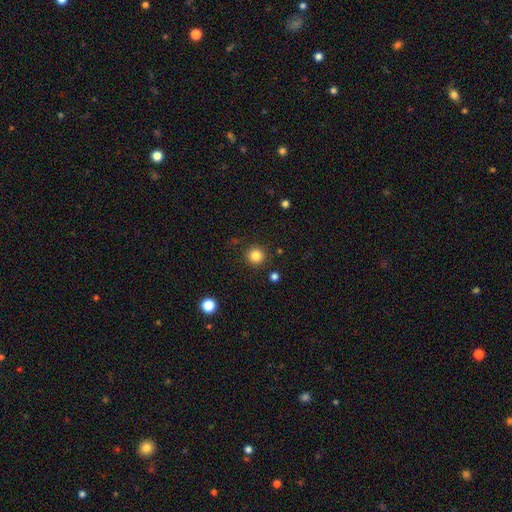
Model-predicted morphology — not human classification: smooth 84%, star or artifact 12%, featured or disk 5%. Down the decision tree: how rounded — round (95%); merging — none (90%).